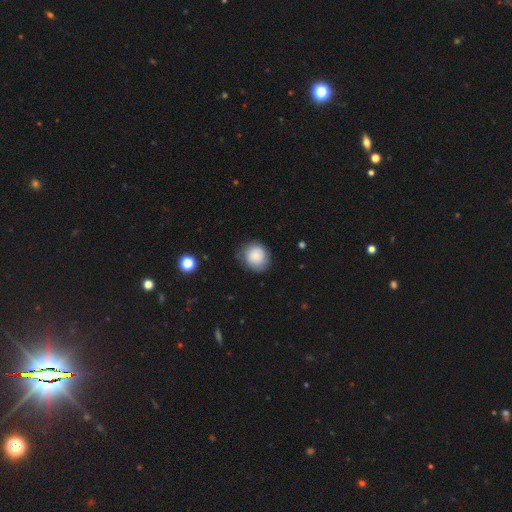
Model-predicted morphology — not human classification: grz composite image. It shows a smooth galaxy with no disk features (76%) that is round (81%). Merging: none (71%).